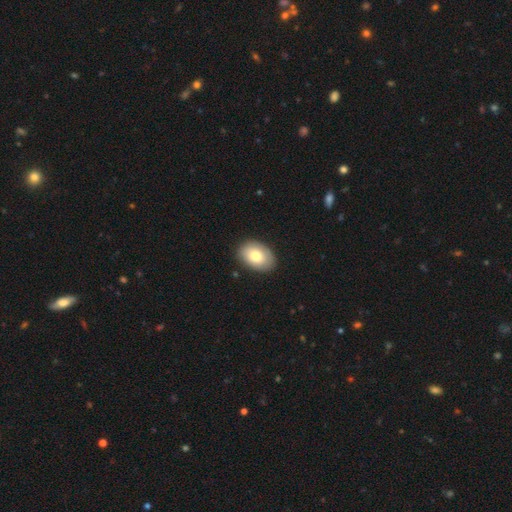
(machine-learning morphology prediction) Overall: smooth (77%). How rounded: in between (84%). Merging: none (86%).